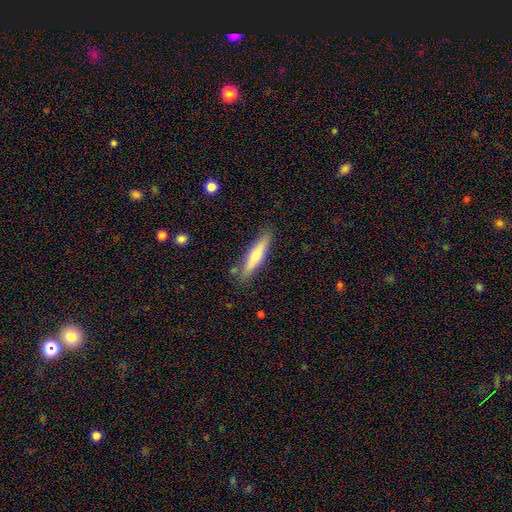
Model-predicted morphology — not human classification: This appears to be a smooth galaxy with no disk features (64%) that is cigar-shaped (85%). Merging: none (84%).